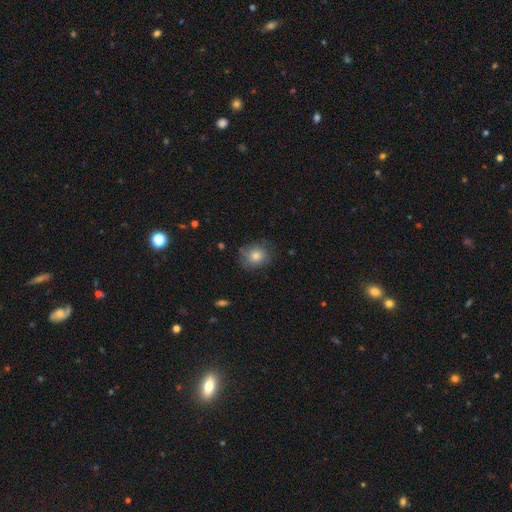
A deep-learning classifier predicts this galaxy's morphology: This appears to be a smooth galaxy with no disk features (77%) that is round (73%). Merging: none (73%).